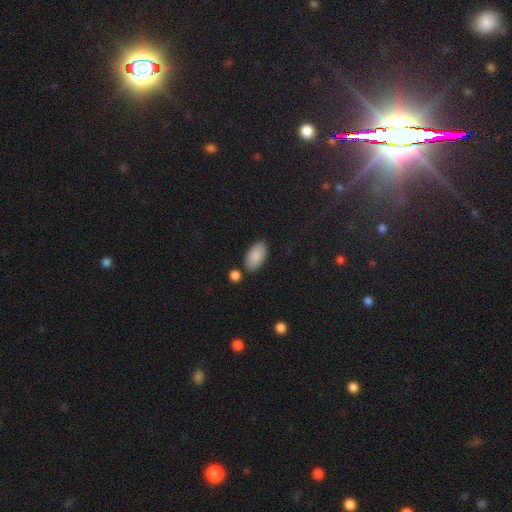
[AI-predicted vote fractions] smooth-or-featured: smooth: 89% | star or artifact: 6% | featured or disk: 5%
  how-rounded: in between: 95% | cigar-shaped: 3% | round: 3%
  merging: none: 77% | minor disturbance: 12% | merger: 7% | major disturbance: 3%